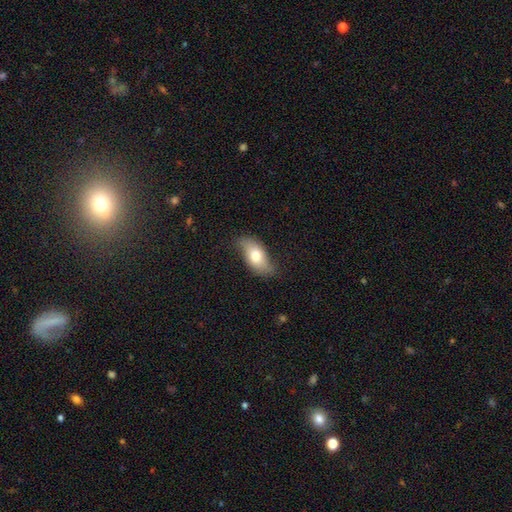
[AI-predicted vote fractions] Smooth or featured? smooth (67%)
How rounded? in between (90%)
Merging? none (70%)